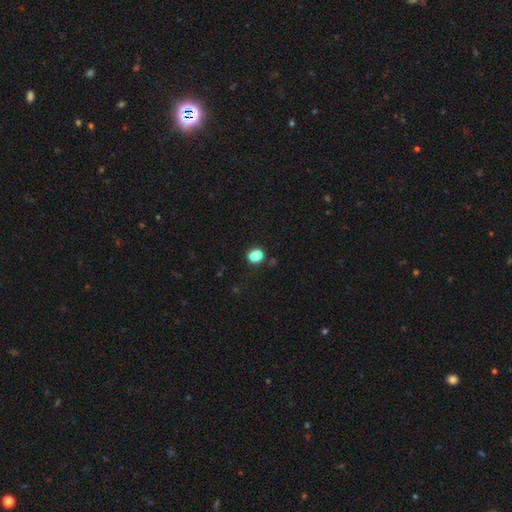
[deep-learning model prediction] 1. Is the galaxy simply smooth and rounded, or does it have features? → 84% smooth, 11% star or artifact, 4% featured or disk.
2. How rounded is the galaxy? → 60% in between, 38% round, 1% cigar-shaped.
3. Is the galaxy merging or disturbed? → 79% none, 13% minor disturbance, 5% merger, 4% major disturbance.